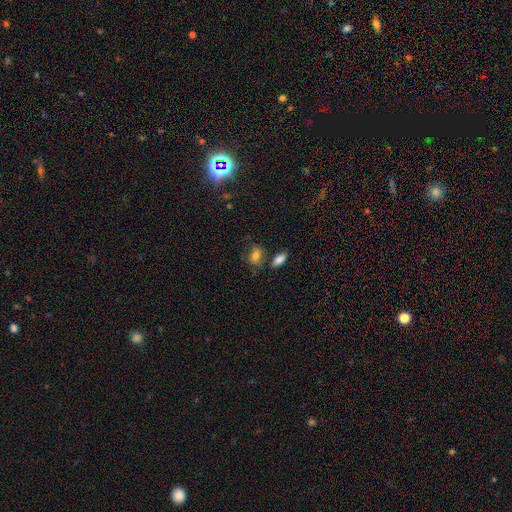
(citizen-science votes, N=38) A smooth galaxy with no disk features (87%) that is in between round and cigar-shaped (70%).

Vote fractions:
- Smooth or featured? smooth: 87% / featured or disk: 8% / star or artifact: 5%
- How rounded? in between: 70% / round: 27% / cigar-shaped: 3%
- Merging? none: 53% / minor disturbance: 33% / merger: 8% / major disturbance: 6%